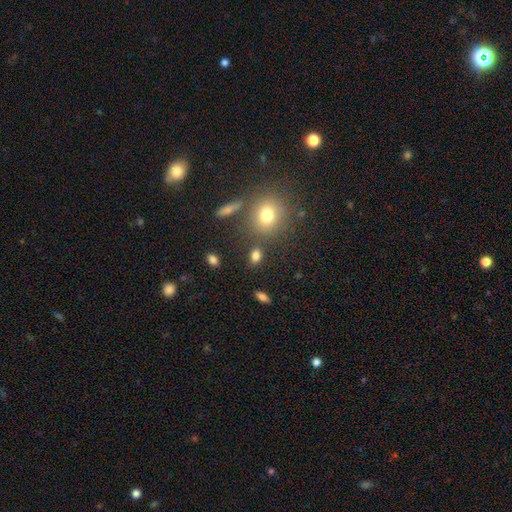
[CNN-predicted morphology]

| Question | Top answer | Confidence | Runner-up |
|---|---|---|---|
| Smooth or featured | smooth | 78% | star or artifact (14%) |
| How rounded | in between | 63% | round (33%) |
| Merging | none | 75% | minor disturbance (11%) |